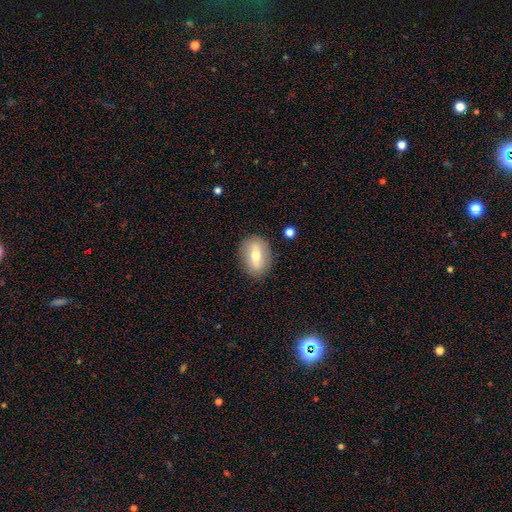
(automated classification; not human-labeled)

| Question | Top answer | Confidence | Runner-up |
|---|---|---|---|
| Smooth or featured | smooth | 58% | featured or disk (34%) |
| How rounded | in between | 76% | round (21%) |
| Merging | none | 85% | minor disturbance (10%) |